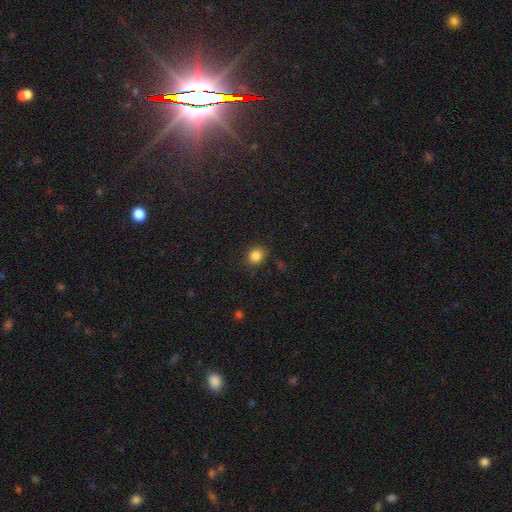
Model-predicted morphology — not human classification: This appears to be a smooth galaxy with no disk features (85%) that is round (65%). Merging: none (84%).